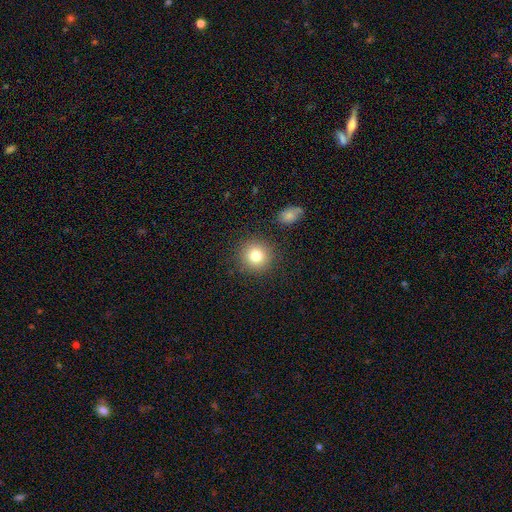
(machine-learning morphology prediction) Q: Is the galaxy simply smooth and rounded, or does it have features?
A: smooth — 80%.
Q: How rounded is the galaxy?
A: round — 92%.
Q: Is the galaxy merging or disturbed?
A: none — 88%.